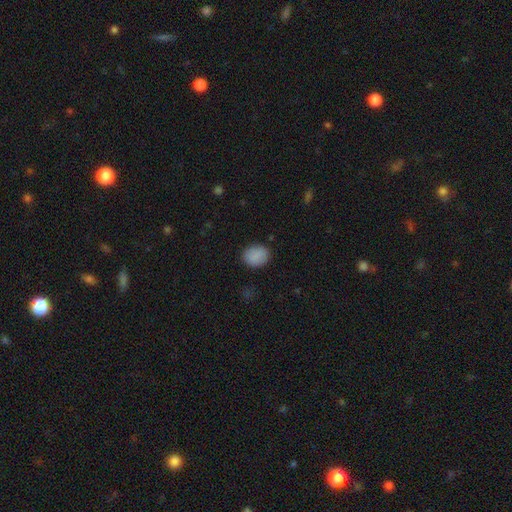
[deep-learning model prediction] smooth_or_featured: smooth (p=0.87) [alt: star or artifact p=0.09]
how_rounded: in between (p=0.53) [alt: round p=0.46]
merging: none (p=0.85) [alt: minor disturbance p=0.11]